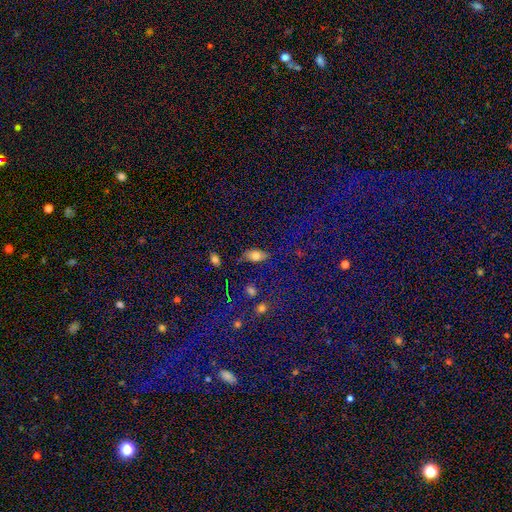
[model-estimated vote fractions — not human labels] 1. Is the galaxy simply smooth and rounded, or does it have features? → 75% smooth, 14% featured or disk, 11% star or artifact.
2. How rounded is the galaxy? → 87% in between, 8% cigar-shaped, 6% round.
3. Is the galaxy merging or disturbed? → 72% none, 19% minor disturbance, 6% major disturbance, 4% merger.